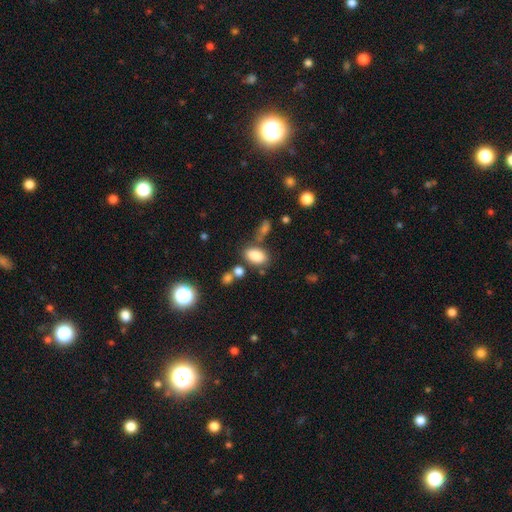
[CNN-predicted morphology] type=smooth (84%); roundness=in between (90%); merging=none (66%).